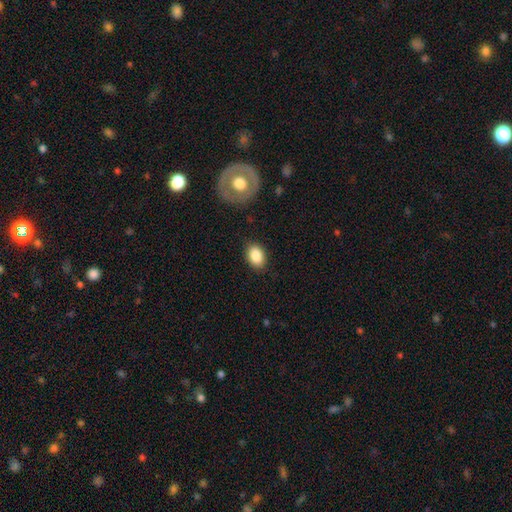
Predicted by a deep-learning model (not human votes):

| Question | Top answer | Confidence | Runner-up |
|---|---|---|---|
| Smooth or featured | smooth | 87% | star or artifact (8%) |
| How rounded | in between | 81% | round (18%) |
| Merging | none | 85% | minor disturbance (11%) |